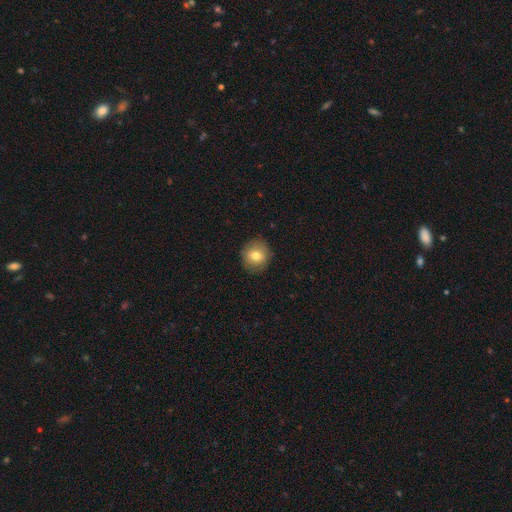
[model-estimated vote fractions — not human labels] Morphology: type=smooth (76%); roundness=round (88%); merging=none (88%).